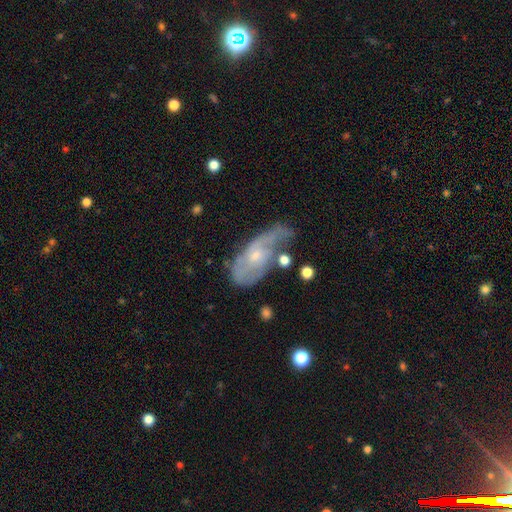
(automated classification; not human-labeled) This is likely a featured or disk galaxy (68%). It is clearly not viewed edge-on (92%). Bar: likely no (73%). Spiral arm pattern: likely yes (73%). Central bulge: likely small (65%). Merging: marginally none (33%).